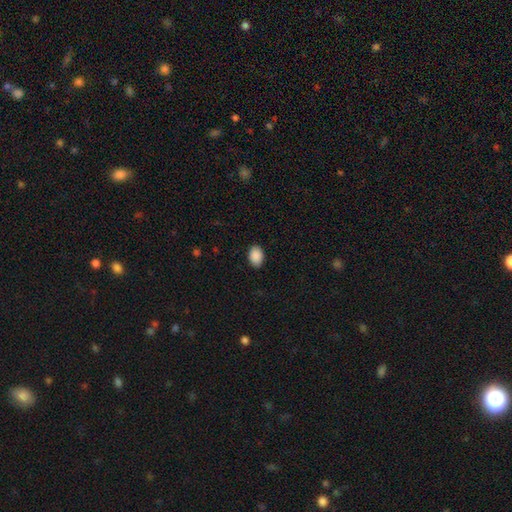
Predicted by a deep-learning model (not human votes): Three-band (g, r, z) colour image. It shows a smooth galaxy with no disk features (90%) that is in between round and cigar-shaped (83%). Merging: none (88%).